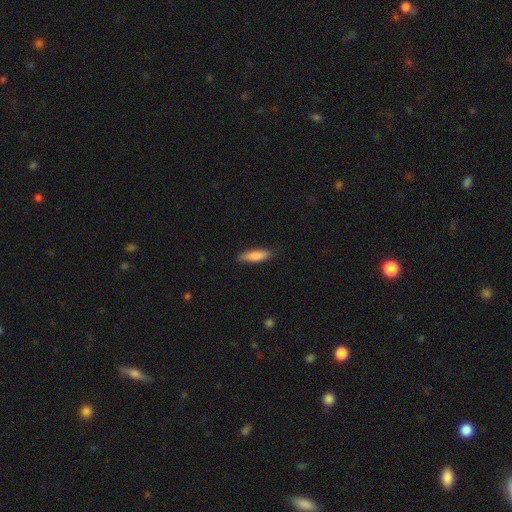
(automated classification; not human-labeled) smooth 83%, featured or disk 11%, star or artifact 6%. Down the decision tree: how rounded — cigar-shaped (61%); merging — none (83%).